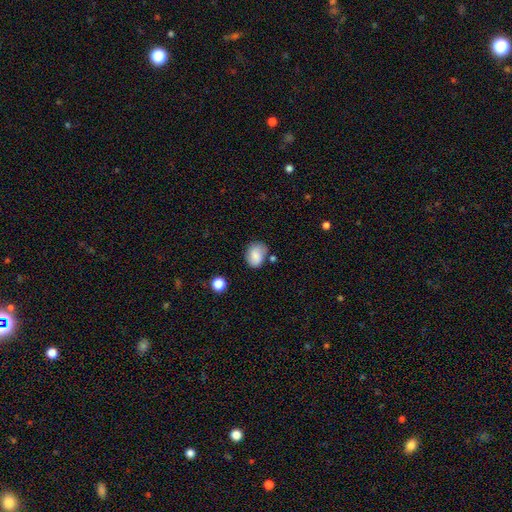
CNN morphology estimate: This appears to be a smooth galaxy with no disk features (79%) that is in between round and cigar-shaped (60%). Merging: none (64%).